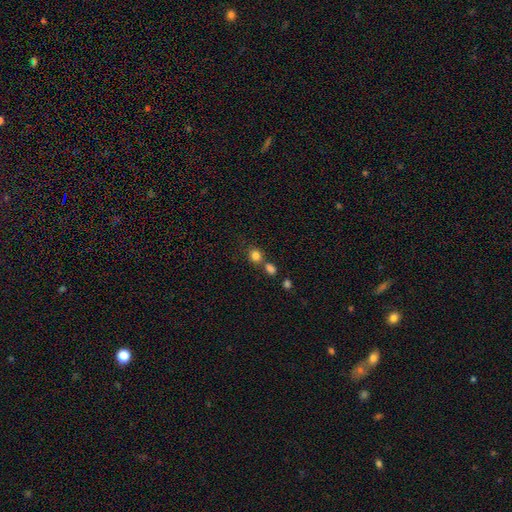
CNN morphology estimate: A smooth galaxy with no disk features (83%) that is round (77%). Merging: none (57%).